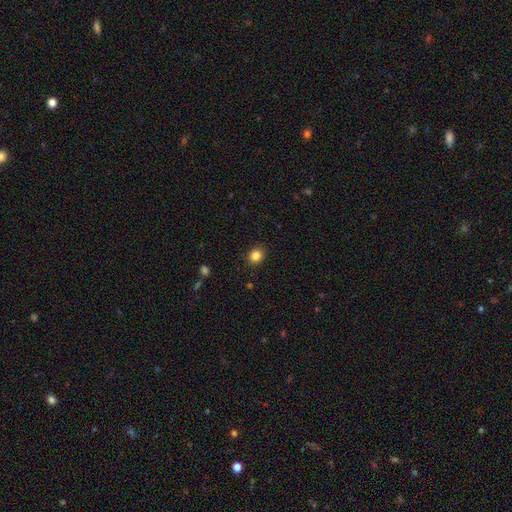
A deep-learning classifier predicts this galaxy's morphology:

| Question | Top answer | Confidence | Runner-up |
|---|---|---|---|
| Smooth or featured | smooth | 84% | star or artifact (11%) |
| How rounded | round | 77% | in between (22%) |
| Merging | none | 90% | minor disturbance (7%) |